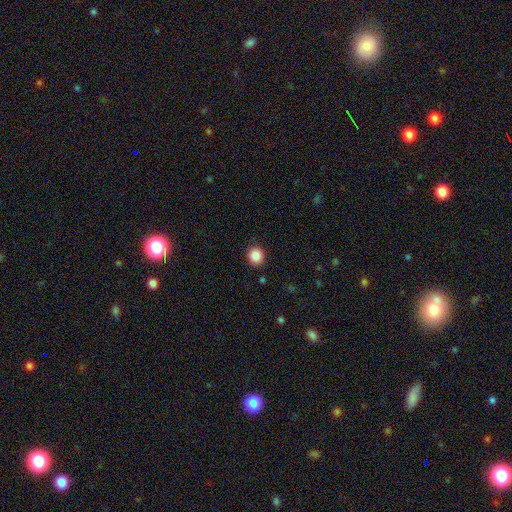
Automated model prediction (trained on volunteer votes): smooth-or-featured: smooth: 87% | star or artifact: 10% | featured or disk: 3%
  how-rounded: round: 89% | in between: 10% | cigar-shaped: 1%
  merging: none: 89% | minor disturbance: 7% | major disturbance: 2% | merger: 1%